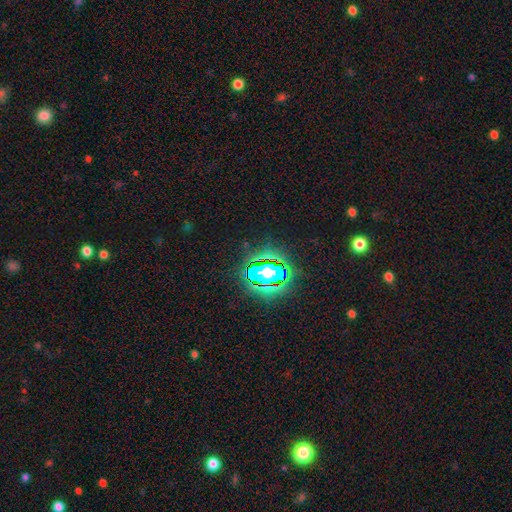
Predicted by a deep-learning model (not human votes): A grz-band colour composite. It shows a star or artifact, not a galaxy (82%).